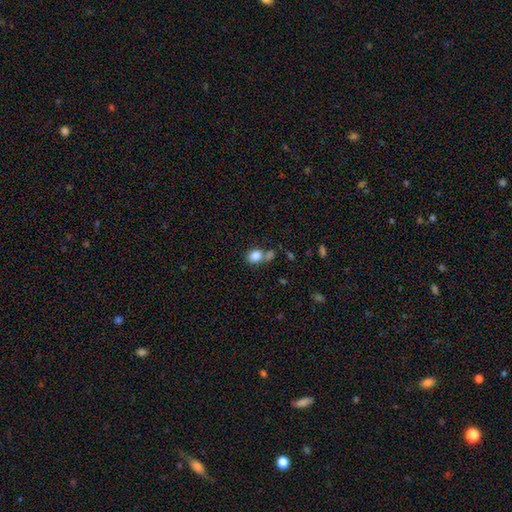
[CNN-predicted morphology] smooth 83%, star or artifact 10%, featured or disk 7%. Down the decision tree: how rounded — in between (52%); merging — none (52%).